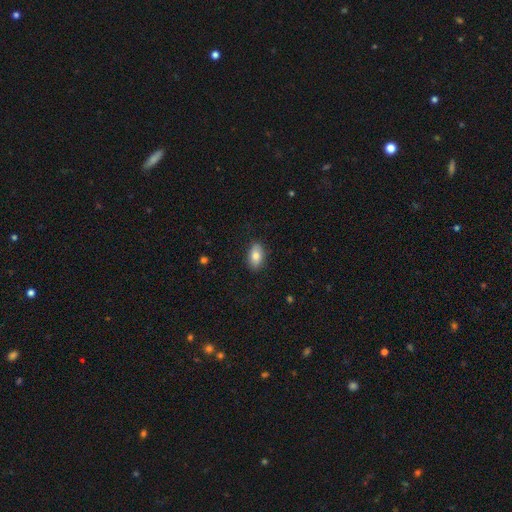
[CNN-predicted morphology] This is clearly a smooth galaxy (80%). How rounded: clearly in between (91%). Merging: clearly none (86%).